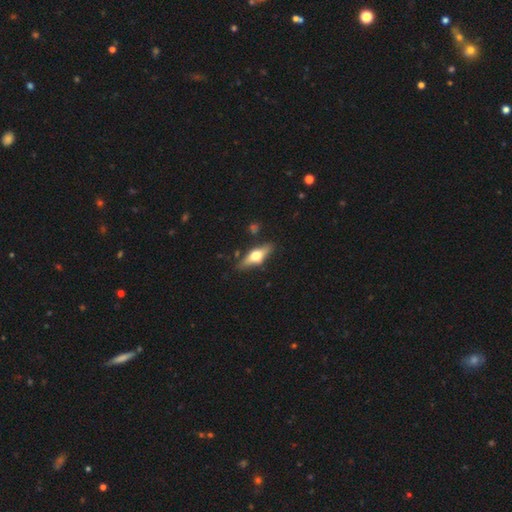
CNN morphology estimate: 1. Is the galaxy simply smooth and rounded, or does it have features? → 56% featured or disk, 38% smooth, 6% star or artifact.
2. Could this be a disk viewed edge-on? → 90% yes, 10% no.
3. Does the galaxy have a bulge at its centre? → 95% rounded, 3% boxy, 2% none.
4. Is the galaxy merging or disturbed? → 83% none, 12% minor disturbance, 3% major disturbance, 3% merger.